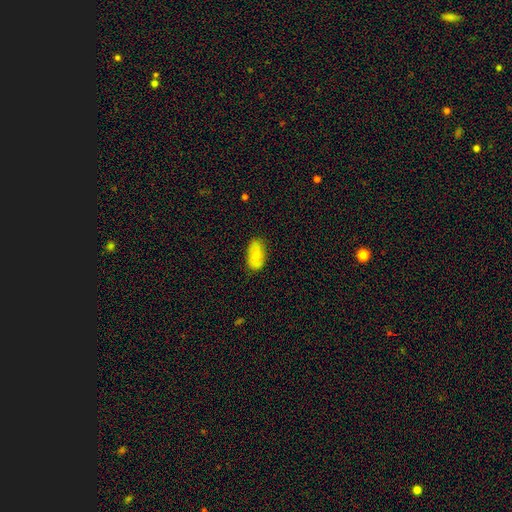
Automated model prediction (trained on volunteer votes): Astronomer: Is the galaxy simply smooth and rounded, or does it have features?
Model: smooth — 76%.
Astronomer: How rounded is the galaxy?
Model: in between — 94%.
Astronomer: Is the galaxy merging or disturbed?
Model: none — 81%.